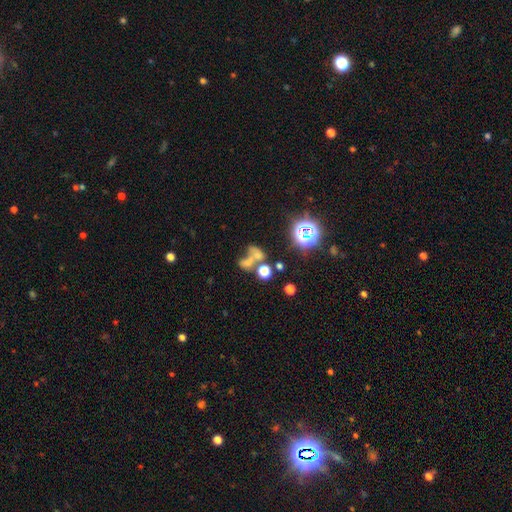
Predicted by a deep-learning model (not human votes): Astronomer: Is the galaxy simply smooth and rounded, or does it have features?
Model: smooth — 46% (runner-up: star or artifact, 32%).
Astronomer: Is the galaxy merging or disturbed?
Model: merger — 54%.